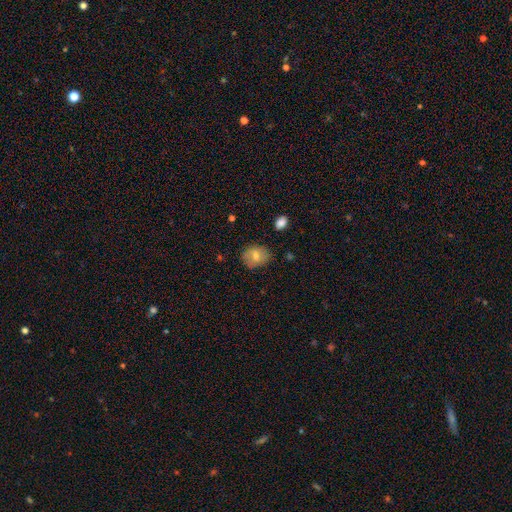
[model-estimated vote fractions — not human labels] Smooth or featured: smooth — 71% (featured or disk — 20%)
How rounded: round — 57% (in between — 42%)
Merging: none — 78% (minor disturbance — 16%)